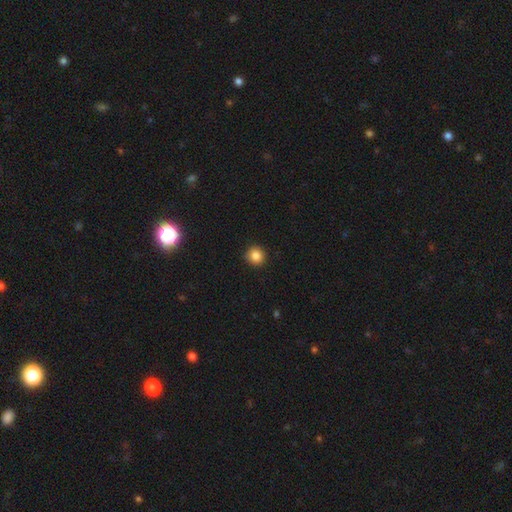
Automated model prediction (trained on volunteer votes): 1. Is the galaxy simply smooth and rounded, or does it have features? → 85% smooth, 11% star or artifact, 4% featured or disk.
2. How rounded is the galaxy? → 92% round, 7% in between, 1% cigar-shaped.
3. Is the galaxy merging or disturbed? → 91% none, 6% minor disturbance, 2% major disturbance, 1% merger.